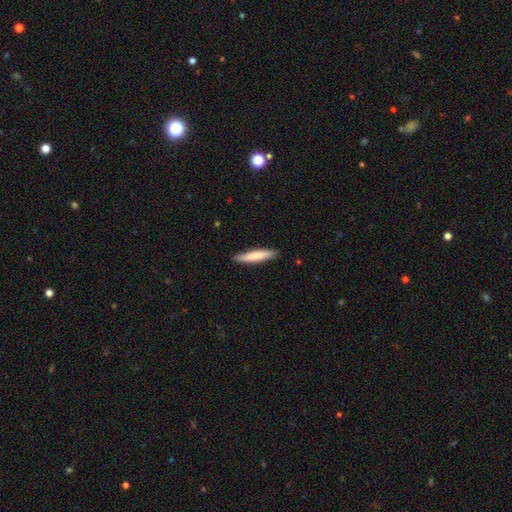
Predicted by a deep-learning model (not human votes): This is likely a smooth galaxy (78%). How rounded: clearly cigar-shaped (88%). Merging: clearly none (88%).